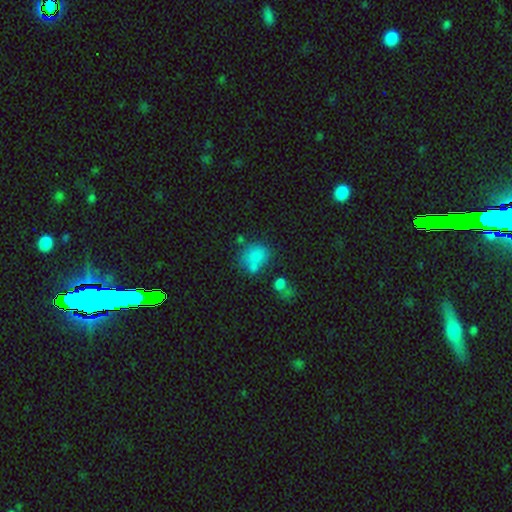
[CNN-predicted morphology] Smooth or featured: smooth — 74% (star or artifact — 14%)
How rounded: in between — 53% (round — 46%)
Merging: none — 45% (merger — 25%)